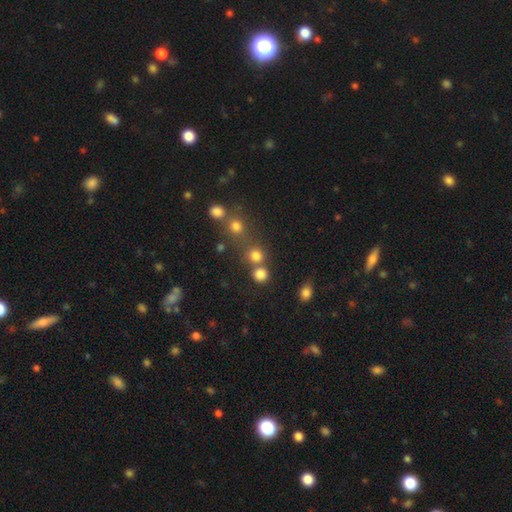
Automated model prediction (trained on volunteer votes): This is likely a smooth galaxy (77%). How rounded: clearly round (89%). Merging: likely none (62%).